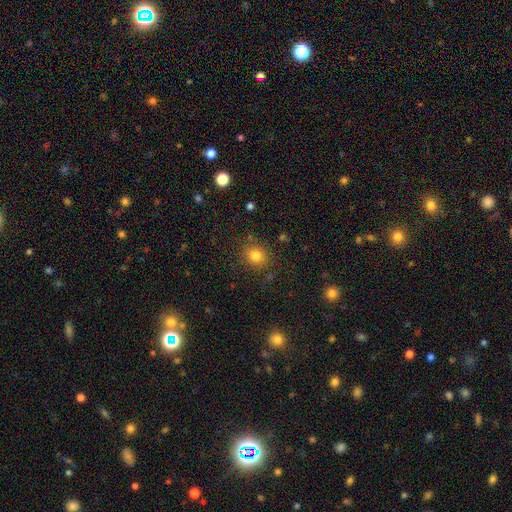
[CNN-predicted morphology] Smooth or featured?
  - smooth: 80% *
  - star or artifact: 13%
  - featured or disk: 7%
How rounded?
  - round: 80% *
  - in between: 19%
  - cigar-shaped: 1%
Merging?
  - none: 84% *
  - minor disturbance: 10%
  - major disturbance: 4%
  - merger: 2%